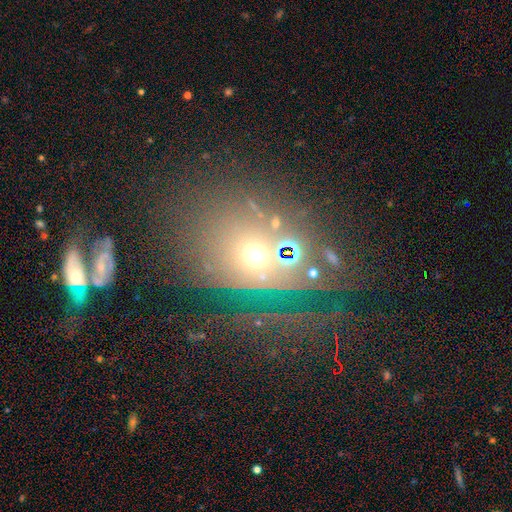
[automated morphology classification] Q: Smooth or featured?
A: smooth (42%); runner-up: featured or disk (29%)
Q: Merging?
A: none (45%); runner-up: major disturbance (26%)